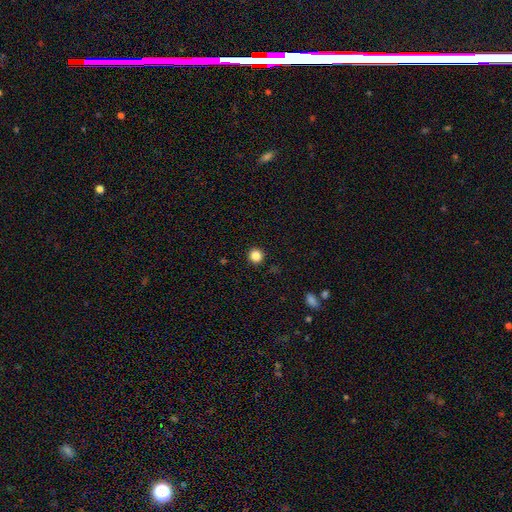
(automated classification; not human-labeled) This is clearly a smooth galaxy (85%). How rounded: clearly round (94%). Merging: clearly none (92%).